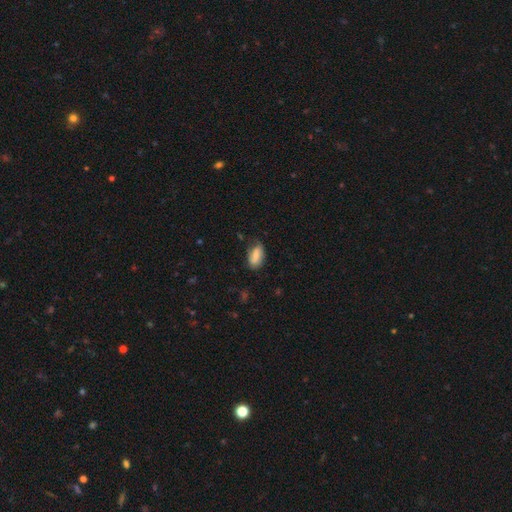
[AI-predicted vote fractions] Smooth or featured: smooth — 78% (featured or disk — 15%)
How rounded: in between — 92% (cigar-shaped — 4%)
Merging: none — 69% (minor disturbance — 24%)